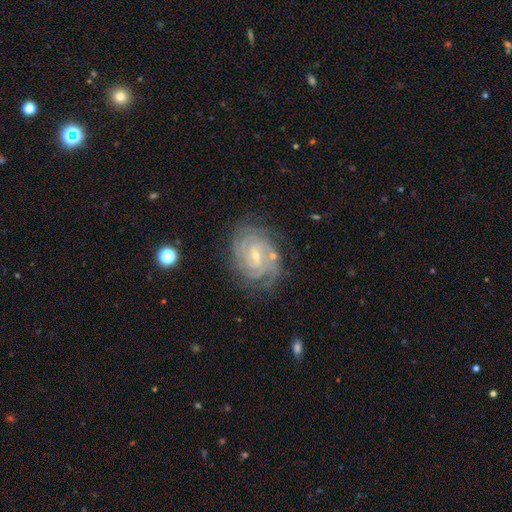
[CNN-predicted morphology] featured or disk 78%, smooth 11%, star or artifact 11%. Down the decision tree: edge-on disk — no (97%); bar — weak (45%); spiral arms — yes (95%); spiral arm count — can't tell (37%); spiral winding — tight (71%); bulge size — small (67%); merging — none (79%).